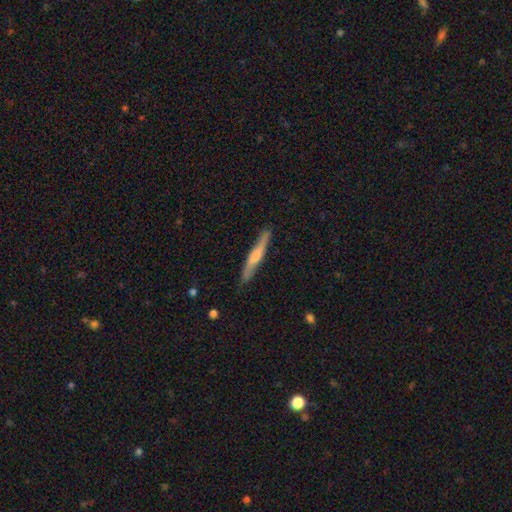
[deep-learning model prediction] Smooth or featured? featured or disk (51%)
Edge-on disk? yes (89%)
Merging? none (84%)